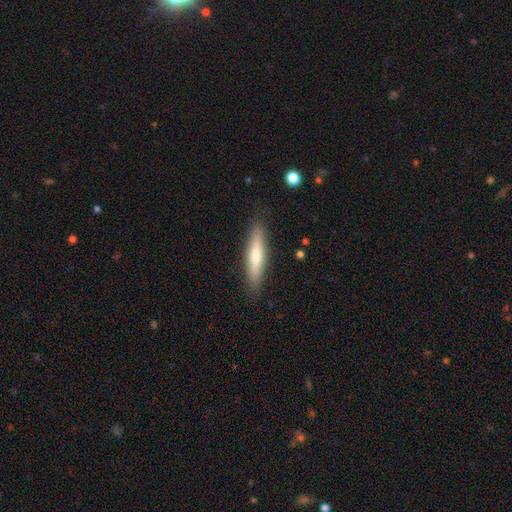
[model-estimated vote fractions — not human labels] smooth 59%, featured or disk 35%, star or artifact 6%. Down the decision tree: how rounded — cigar-shaped (87%); merging — none (88%).